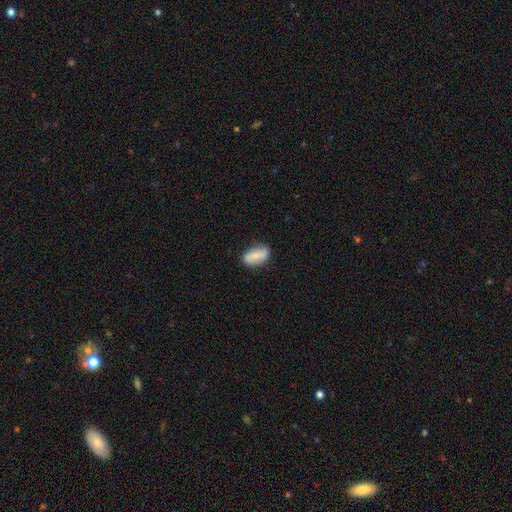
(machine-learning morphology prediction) The model was most divided on "smooth or featured": smooth: 54%, featured or disk: 39%, star or artifact: 7%. More confident: how rounded — in between (88%); merging — none (80%).